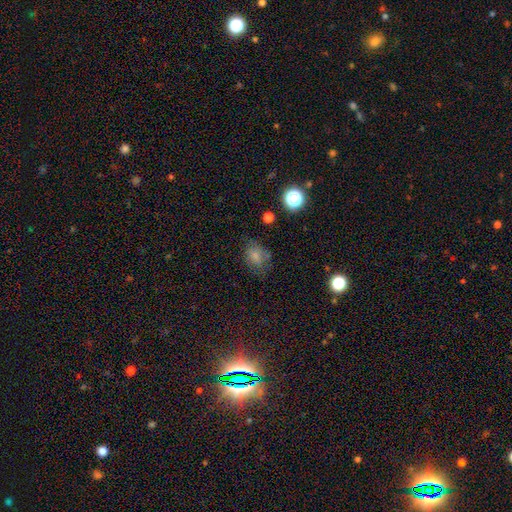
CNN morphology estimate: smooth-or-featured: smooth: 74% | star or artifact: 14% | featured or disk: 12%
  how-rounded: in between: 55% | round: 44% | cigar-shaped: 1%
  merging: none: 61% | minor disturbance: 25% | major disturbance: 10% | merger: 3%